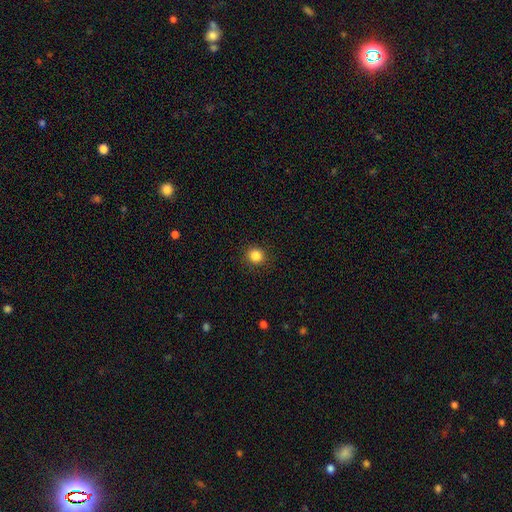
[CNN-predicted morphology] Smooth or featured: smooth — 85% (star or artifact — 11%)
How rounded: round — 90% (in between — 9%)
Merging: none — 90% (minor disturbance — 7%)